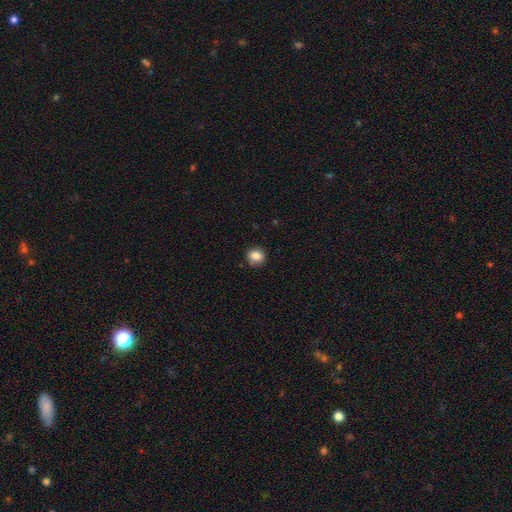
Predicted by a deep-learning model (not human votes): Overall: smooth (83%). How rounded: round (70%). Merging: none (83%).